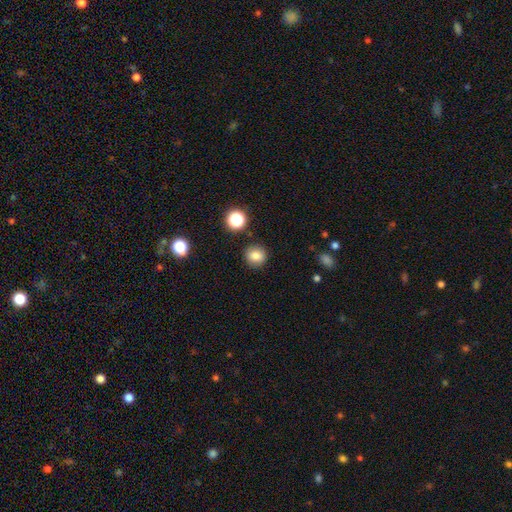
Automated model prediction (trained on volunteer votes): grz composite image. It shows a smooth galaxy with no disk features (81%) that is round (90%). Merging: none (89%).